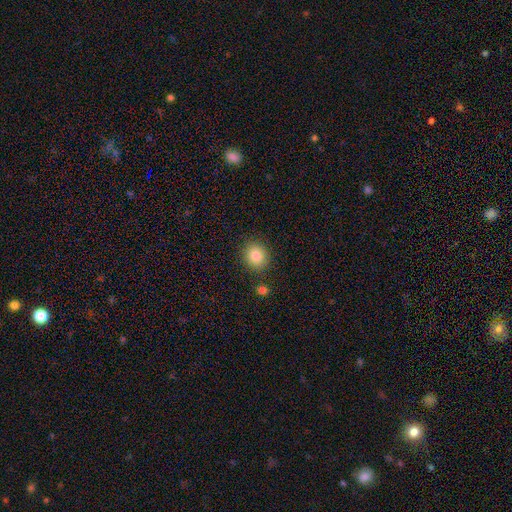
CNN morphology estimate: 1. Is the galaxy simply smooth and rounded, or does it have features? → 85% smooth, 9% star or artifact, 6% featured or disk.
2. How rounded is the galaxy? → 75% round, 24% in between, 1% cigar-shaped.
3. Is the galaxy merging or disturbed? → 85% none, 9% minor disturbance, 4% merger, 3% major disturbance.